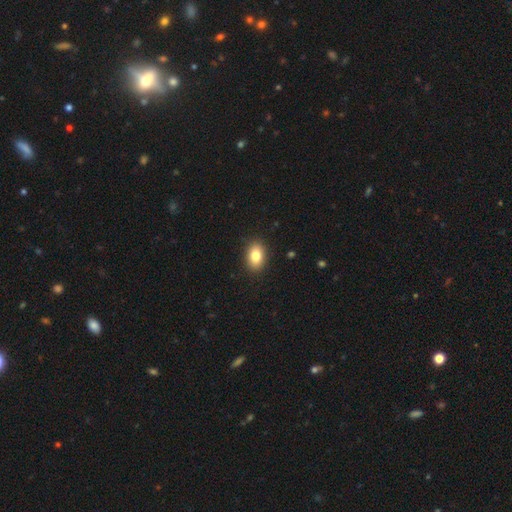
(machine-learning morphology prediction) A smooth galaxy with no disk features (83%) that is in between round and cigar-shaped (83%). Merging: none (90%).